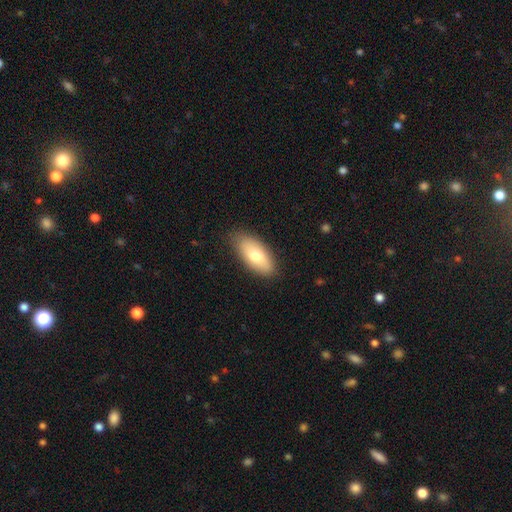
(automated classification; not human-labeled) Overall: smooth (73%). How rounded: in between (88%). Merging: none (85%).